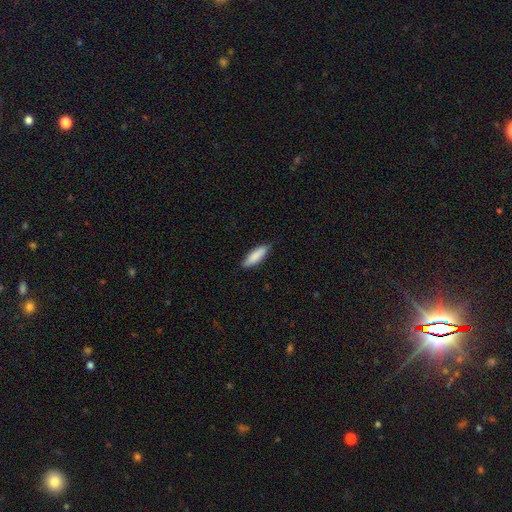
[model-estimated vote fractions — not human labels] This appears to be a smooth galaxy with no disk features (86%) that is cigar-shaped (56%). Merging: none (86%).